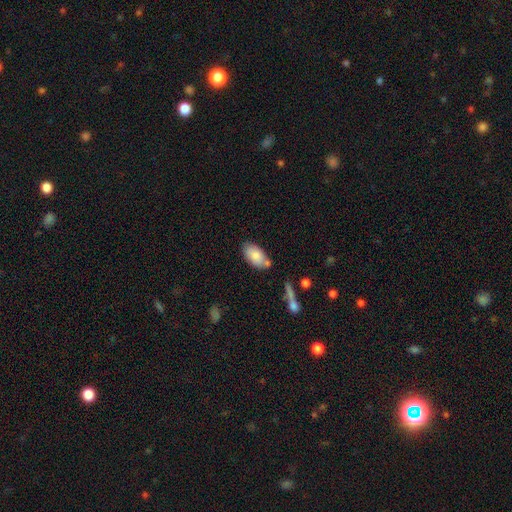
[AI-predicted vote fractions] This is clearly a smooth galaxy (81%). How rounded: clearly in between (94%). Merging: likely none (68%).